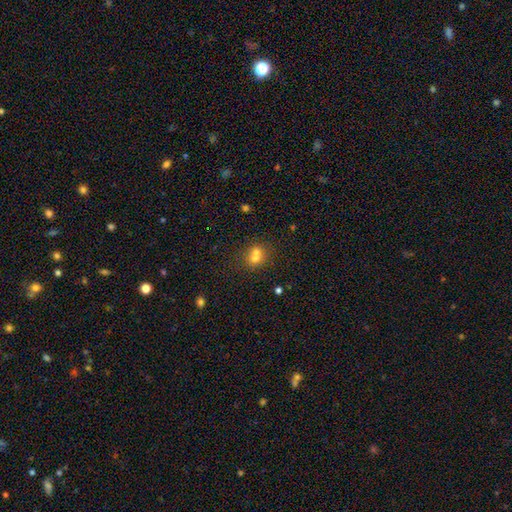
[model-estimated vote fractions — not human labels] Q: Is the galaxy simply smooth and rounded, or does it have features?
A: smooth — 67%.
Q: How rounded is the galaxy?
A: round — 77%.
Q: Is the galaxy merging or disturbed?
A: merger — 58%.